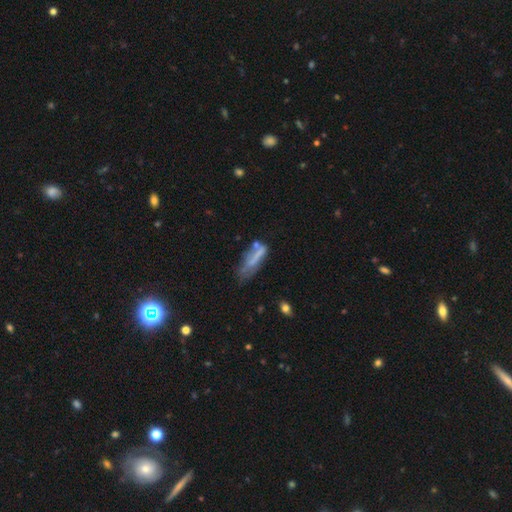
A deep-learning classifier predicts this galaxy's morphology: Smooth or featured? Predicted: smooth (p=0.55). How rounded? Predicted: cigar-shaped (p=0.57). Merging? Predicted: none (p=0.31).